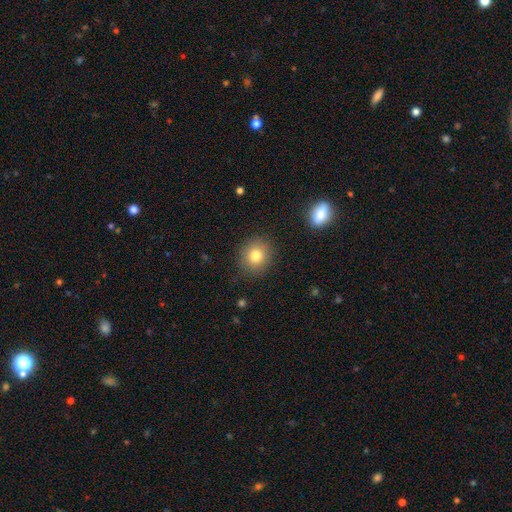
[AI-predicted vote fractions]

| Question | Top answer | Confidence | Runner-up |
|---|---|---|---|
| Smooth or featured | smooth | 79% | star or artifact (11%) |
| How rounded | round | 80% | in between (19%) |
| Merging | none | 87% | minor disturbance (8%) |